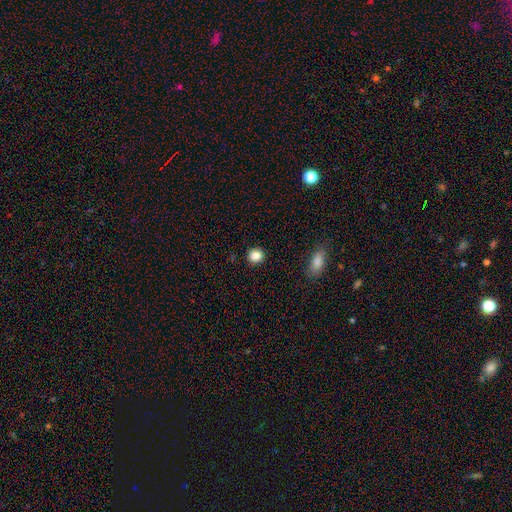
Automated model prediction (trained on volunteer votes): smooth_or_featured: smooth (p=0.86) [alt: star or artifact p=0.10]
how_rounded: round (p=0.87) [alt: in between p=0.12]
merging: none (p=0.91) [alt: minor disturbance p=0.06]